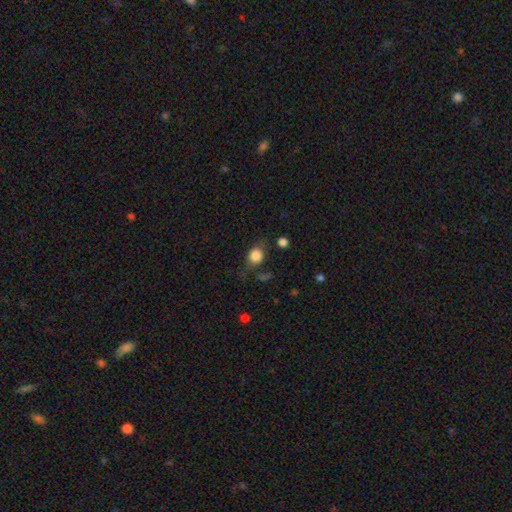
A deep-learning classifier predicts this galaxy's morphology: This appears to be a smooth galaxy with no disk features (79%) that is round (60%). Merging: none (65%).